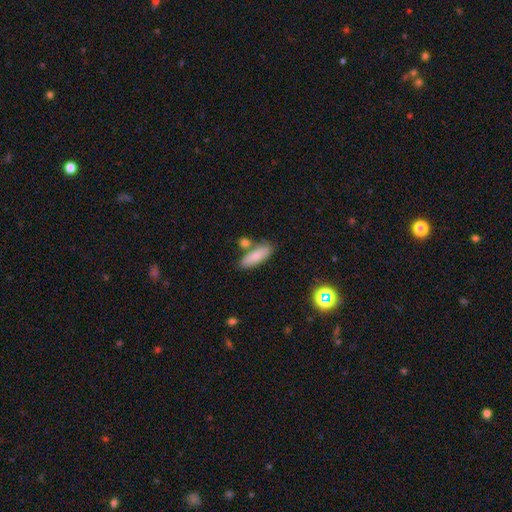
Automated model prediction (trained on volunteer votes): The model was most divided on "how rounded": in between: 61%, cigar-shaped: 36%, round: 3%. More confident: smooth or featured — smooth (81%); merging — none (70%).